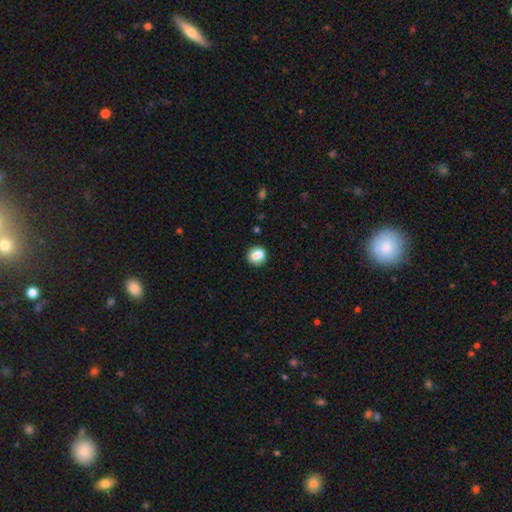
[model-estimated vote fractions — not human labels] A smooth galaxy with no disk features (79%) that is round (75%). Merging: none (76%).